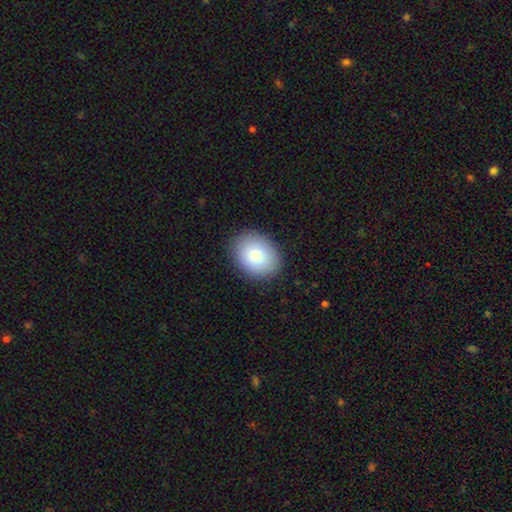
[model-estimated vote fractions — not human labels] The model was most divided on "how rounded": in between: 58%, round: 41%, cigar-shaped: 1%. More confident: merging — none (88%); smooth or featured — smooth (84%).